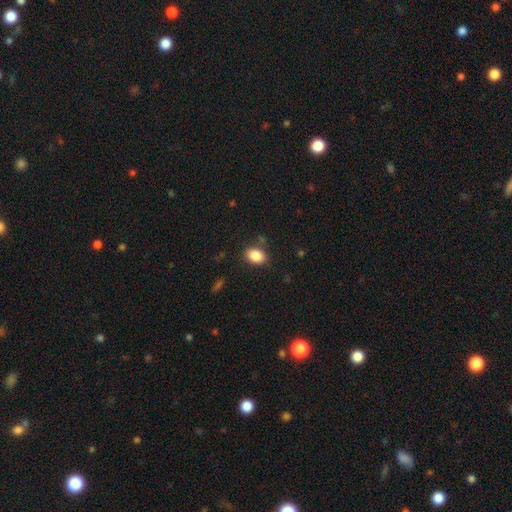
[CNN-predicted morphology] smooth 86%, star or artifact 9%, featured or disk 5%. Down the decision tree: how rounded — in between (75%); merging — none (83%).